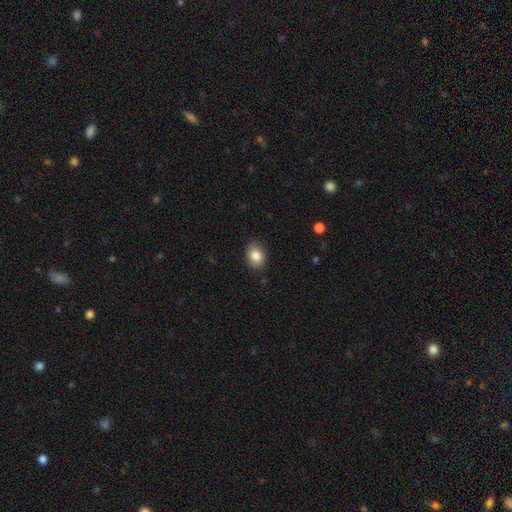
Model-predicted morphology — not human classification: Overall: smooth (85%). How rounded: in between (55%; round 44%). Merging: none (87%).